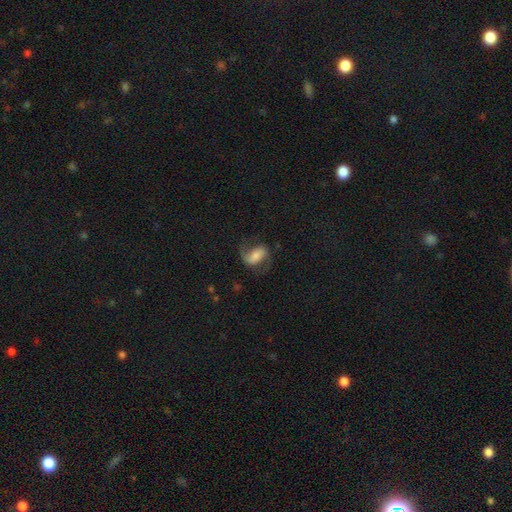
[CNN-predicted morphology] Smooth or featured: featured or disk — 71% (smooth — 22%)
Edge-on disk: no — 97% (yes — 3%)
Bar: weak — 38% (strong — 33%)
Spiral arms: yes — 94% (no — 6%)
Spiral winding: loose — 49% (medium — 41%)
Spiral arm count: 2 — 88% (1 — 6%)
Bulge size: moderate — 35% (small — 32%)
Merging: none — 67% (minor disturbance — 17%)